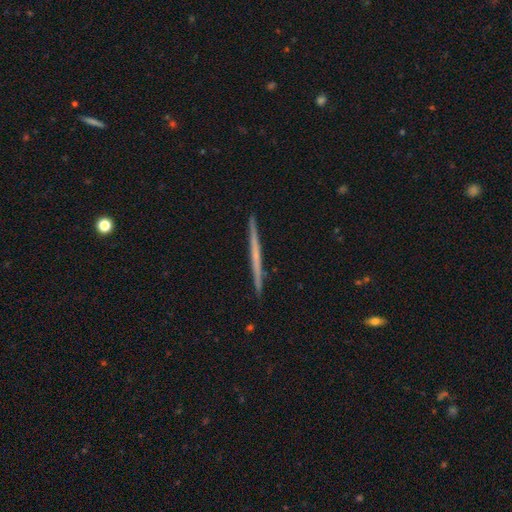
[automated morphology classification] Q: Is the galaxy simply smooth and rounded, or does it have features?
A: featured or disk — 57%.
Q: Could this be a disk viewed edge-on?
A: yes — 98%.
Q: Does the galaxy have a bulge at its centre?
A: none — 90%.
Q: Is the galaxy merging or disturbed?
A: none — 93%.